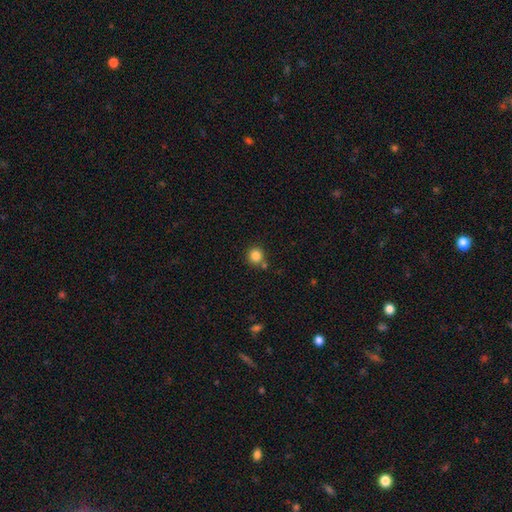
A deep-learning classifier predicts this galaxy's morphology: This is clearly a smooth galaxy (84%). How rounded: clearly round (92%). Merging: likely none (73%).